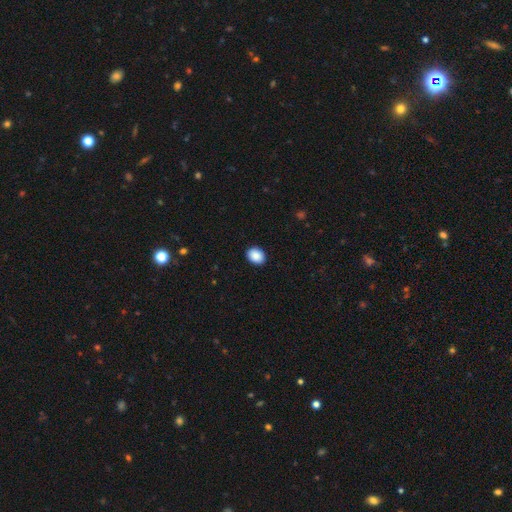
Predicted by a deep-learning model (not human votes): smooth_or_featured: smooth (p=0.90) [alt: star or artifact p=0.08]
how_rounded: in between (p=0.58) [alt: round p=0.41]
merging: none (p=0.91) [alt: minor disturbance p=0.07]